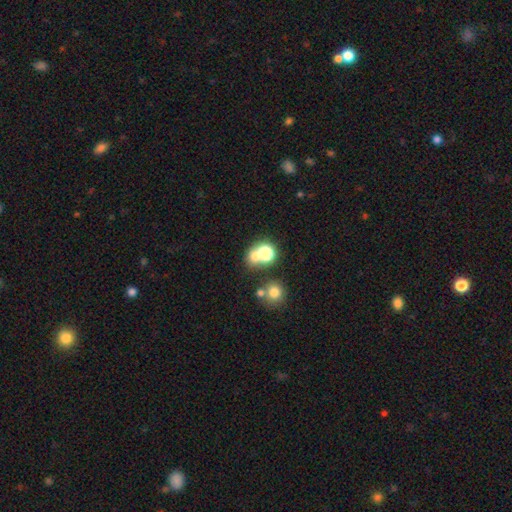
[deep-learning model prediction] This appears to be a smooth galaxy with no disk features (65%) that is round (72%). Merging: none (49%).